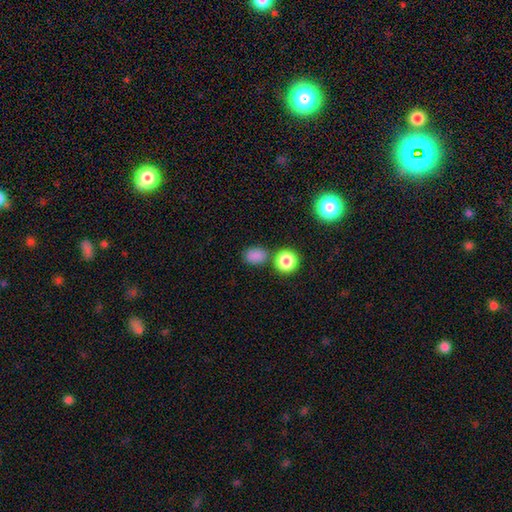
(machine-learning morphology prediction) A smooth galaxy with no disk features (83%) that is in between round and cigar-shaped (55%). Merging: none (71%).